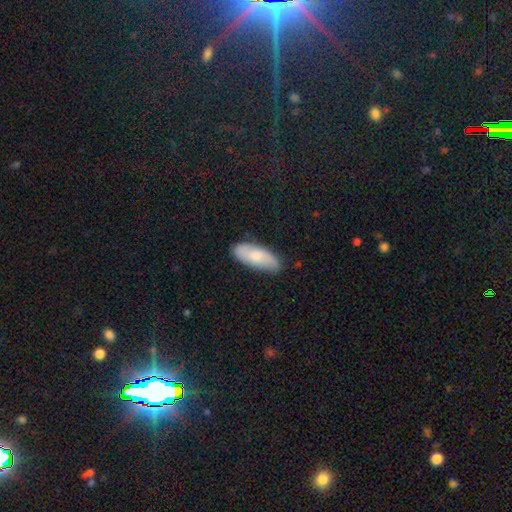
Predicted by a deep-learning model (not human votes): Morphology: type=smooth (69%); roundness=in between (78%); merging=none (80%).